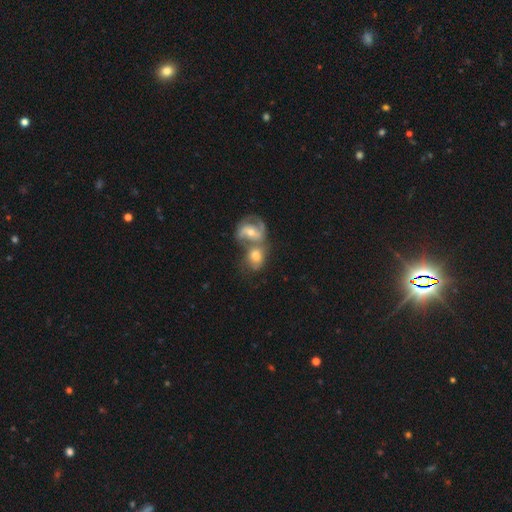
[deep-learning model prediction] Smooth or featured?
  - featured or disk: 60% *
  - smooth: 33%
  - star or artifact: 7%
Edge-on disk?
  - no: 96% *
  - yes: 4%
Bar?
  - weak: 42% *
  - no: 38%
  - strong: 19%
Spiral arms?
  - yes: 87% *
  - no: 13%
Bulge size?
  - moderate: 60% *
  - small: 30%
  - large: 6%
  - none: 2%
  - dominant: 1%
Merging?
  - merger: 62% *
  - none: 25%
  - minor disturbance: 9%
  - major disturbance: 5%